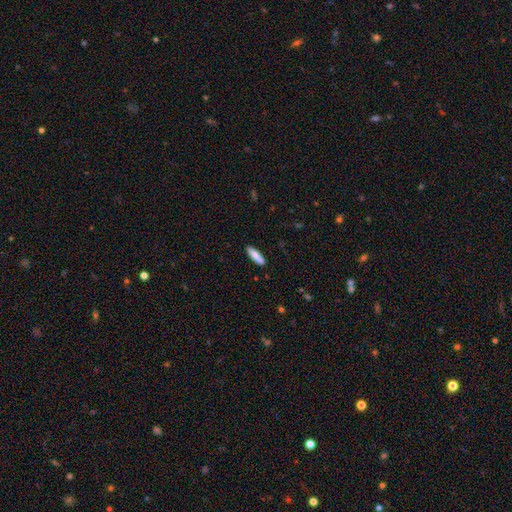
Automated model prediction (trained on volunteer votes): Morphology: type=smooth (82%); roundness=cigar-shaped (63%); merging=none (88%).